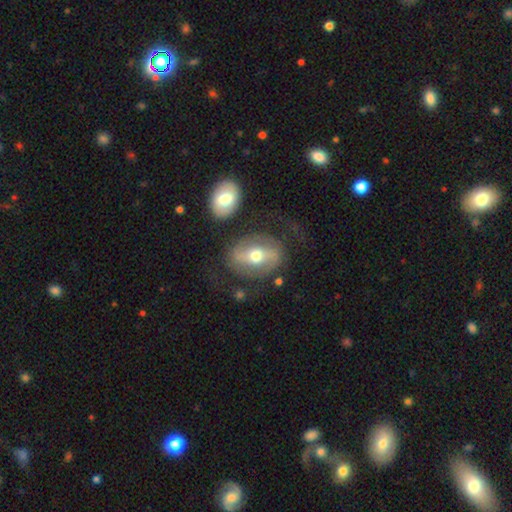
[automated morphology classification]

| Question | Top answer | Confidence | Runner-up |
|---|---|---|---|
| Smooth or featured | featured or disk | 71% | smooth (23%) |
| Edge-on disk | no | 93% | yes (7%) |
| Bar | strong | 51% | weak (30%) |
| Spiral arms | yes | 69% | no (31%) |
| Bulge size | moderate | 74% | small (17%) |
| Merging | none | 70% | minor disturbance (15%) |